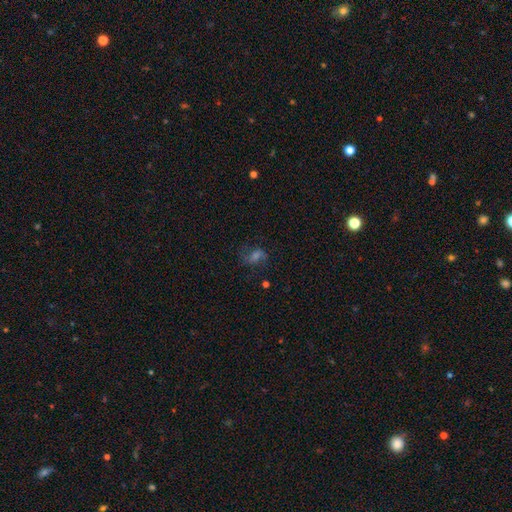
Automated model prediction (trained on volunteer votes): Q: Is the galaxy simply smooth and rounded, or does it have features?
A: featured or disk — 47%.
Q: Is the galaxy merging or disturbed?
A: none — 67%.